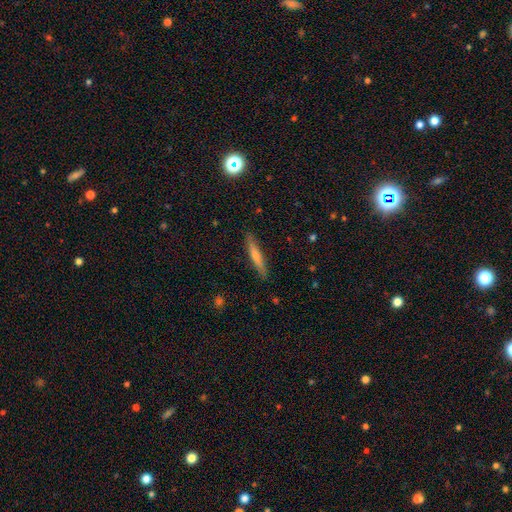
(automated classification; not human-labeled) A smooth galaxy with no disk features (53%) that is cigar-shaped (93%). Merging: none (89%).